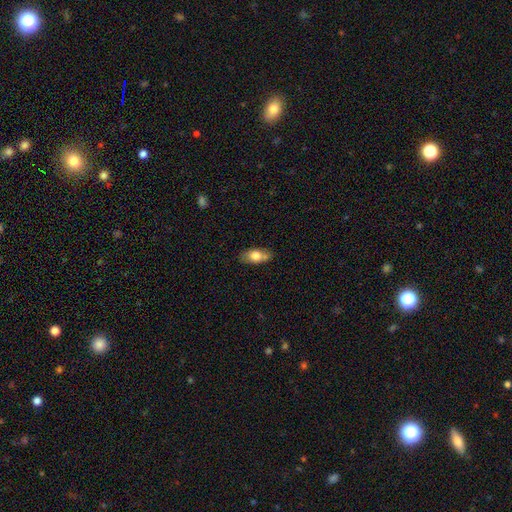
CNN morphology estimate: Smooth or featured? smooth (73%)
How rounded? in between (85%)
Merging? none (62%)